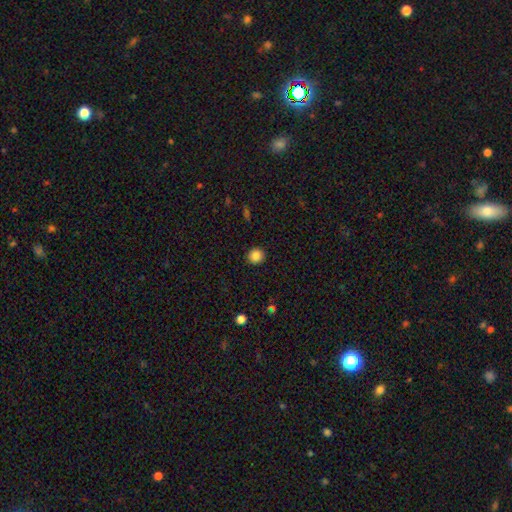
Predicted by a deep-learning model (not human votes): This appears to be a smooth galaxy with no disk features (85%) that is round (91%). Merging: none (92%).